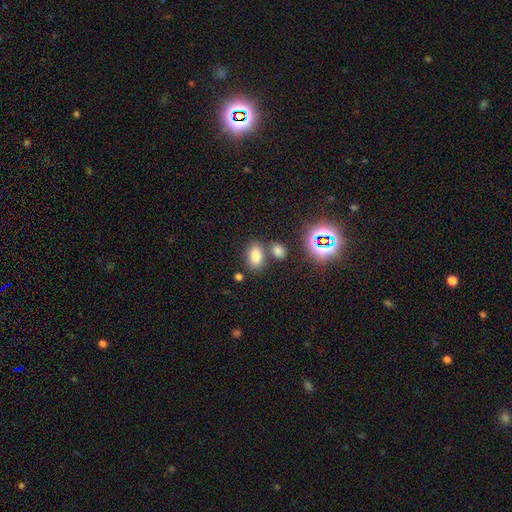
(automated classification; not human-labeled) Overall: smooth (76%). How rounded: in between (84%). Merging: none (68%).